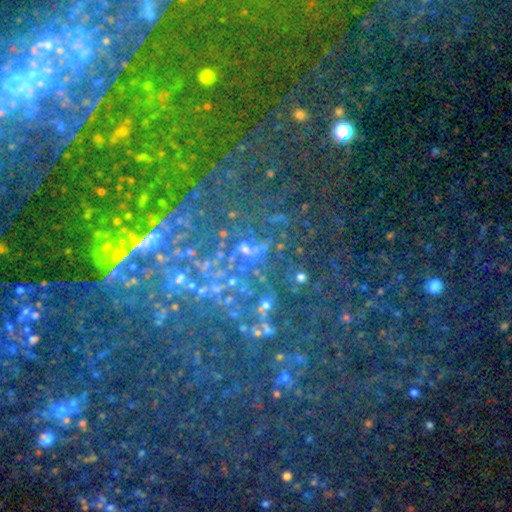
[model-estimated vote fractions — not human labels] smooth_or_featured: star or artifact (p=0.71) [alt: featured or disk p=0.15]